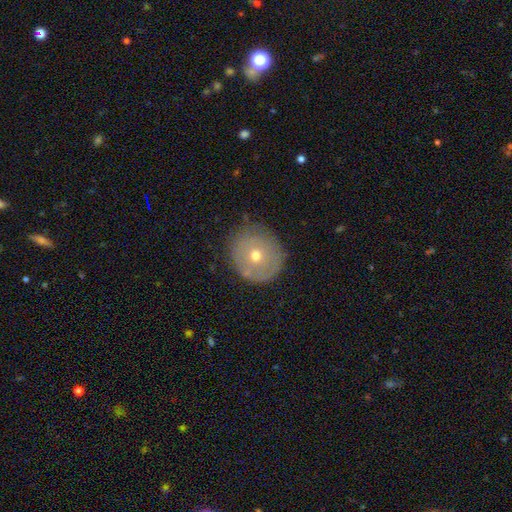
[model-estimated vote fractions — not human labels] Smooth or featured? Predicted: smooth (p=0.58). How rounded? Predicted: round (p=0.86). Merging? Predicted: none (p=0.79).